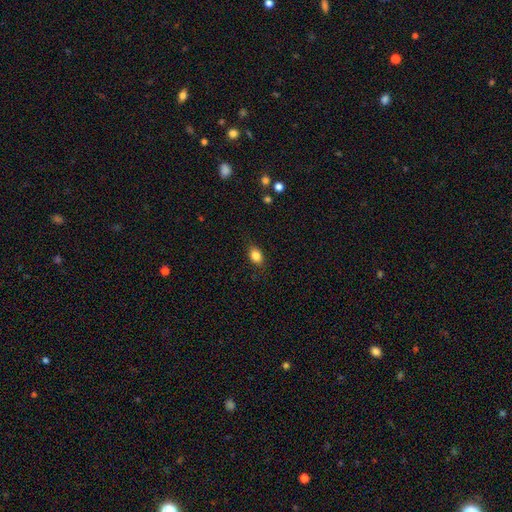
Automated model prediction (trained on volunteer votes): Morphology: type=smooth (85%); roundness=in between (76%); merging=none (82%).